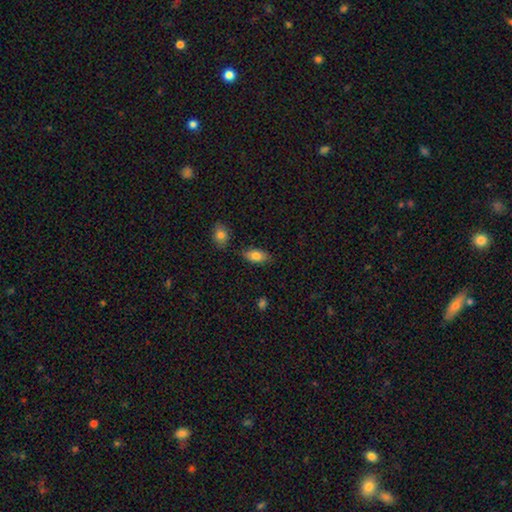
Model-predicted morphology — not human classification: smooth-or-featured: smooth: 83% | featured or disk: 10% | star or artifact: 7%
  how-rounded: in between: 91% | cigar-shaped: 6% | round: 3%
  merging: none: 80% | minor disturbance: 13% | merger: 4% | major disturbance: 3%